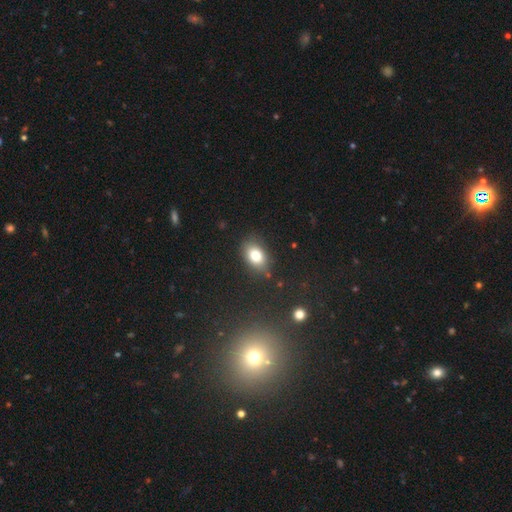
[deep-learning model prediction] smooth_or_featured: smooth (p=0.80) [alt: star or artifact p=0.10]
how_rounded: in between (p=0.82) [alt: round p=0.16]
merging: none (p=0.81) [alt: minor disturbance p=0.14]